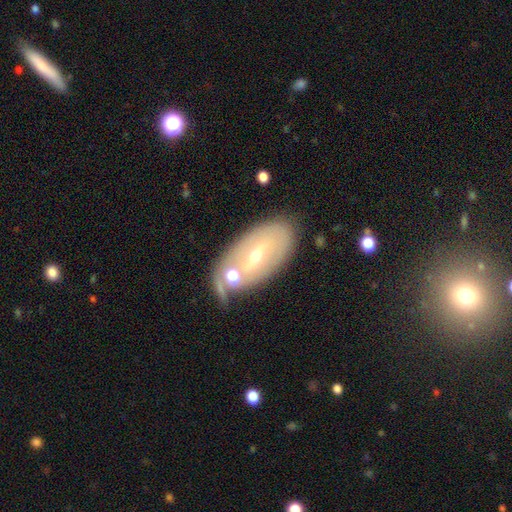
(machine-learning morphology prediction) Smooth or featured?
  - featured or disk: 64% *
  - smooth: 28%
  - star or artifact: 8%
Edge-on disk?
  - no: 87% *
  - yes: 13%
Bar?
  - weak: 40% *
  - no: 32%
  - strong: 27%
Spiral arms?
  - no: 51% *
  - yes: 49%
Bulge size?
  - small: 52% *
  - moderate: 45%
  - large: 2%
  - none: 1%
  - dominant: 1%
Merging?
  - none: 54% *
  - merger: 22%
  - minor disturbance: 17%
  - major disturbance: 7%